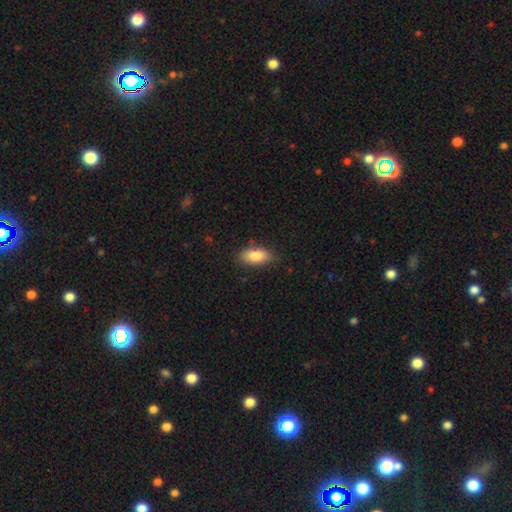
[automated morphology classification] Smooth or featured: smooth — 84% (featured or disk — 10%)
How rounded: in between — 86% (cigar-shaped — 11%)
Merging: none — 82% (minor disturbance — 14%)